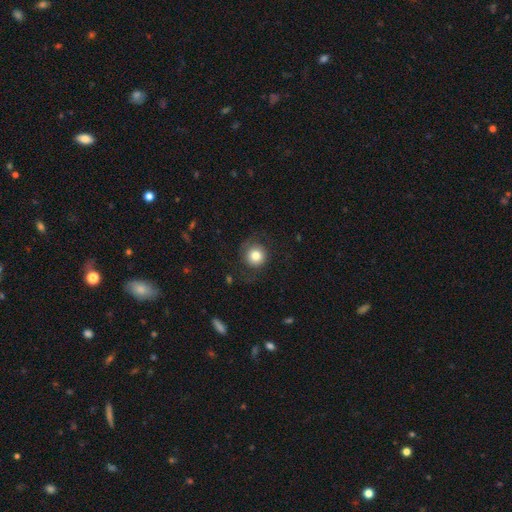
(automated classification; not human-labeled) A smooth galaxy with no disk features (78%) that is round (93%).

Vote fractions:
- Smooth or featured? smooth: 78% / featured or disk: 13% / star or artifact: 9%
- How rounded? round: 93% / in between: 6% / cigar-shaped: 1%
- Merging? none: 74% / minor disturbance: 14% / major disturbance: 11% / merger: 1%